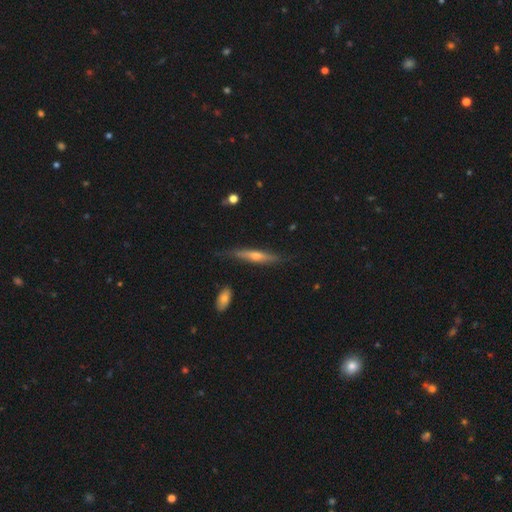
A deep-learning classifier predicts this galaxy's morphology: smooth_or_featured: featured or disk (p=0.63) [alt: smooth p=0.30]
disk_edge_on: yes (p=0.93) [alt: no p=0.07]
edge_on_bulge: rounded (p=0.83) [alt: none p=0.13]
merging: none (p=0.81) [alt: minor disturbance p=0.14]